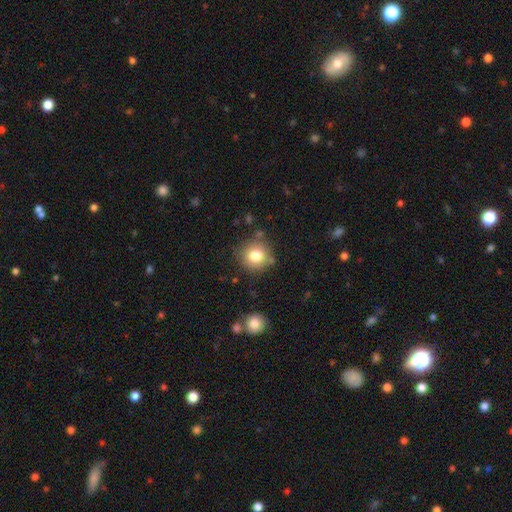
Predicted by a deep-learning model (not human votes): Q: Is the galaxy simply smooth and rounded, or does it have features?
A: smooth — 79%.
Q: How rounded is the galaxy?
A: round — 89%.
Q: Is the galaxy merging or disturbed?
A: none — 80%.